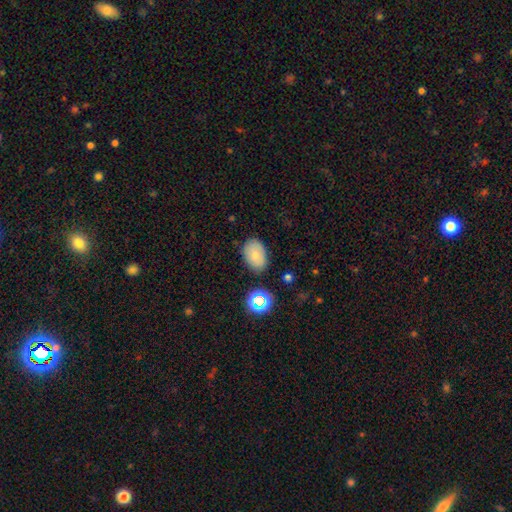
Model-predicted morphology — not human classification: Smooth or featured? Predicted: smooth (p=0.78). How rounded? Predicted: in between (p=0.87). Merging? Predicted: none (p=0.81).